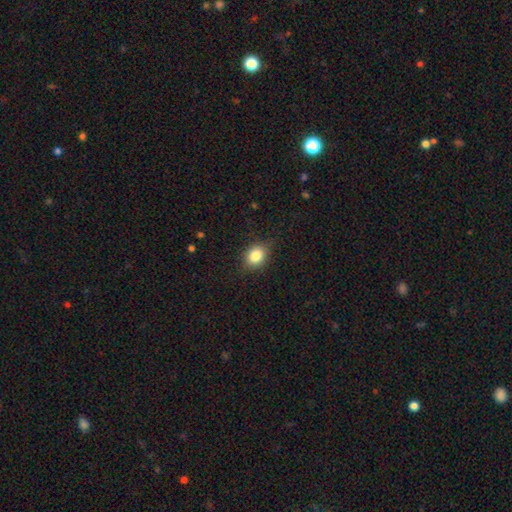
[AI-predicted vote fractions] This appears to be a smooth galaxy with no disk features (83%) that is in between round and cigar-shaped (57%). Merging: none (81%).